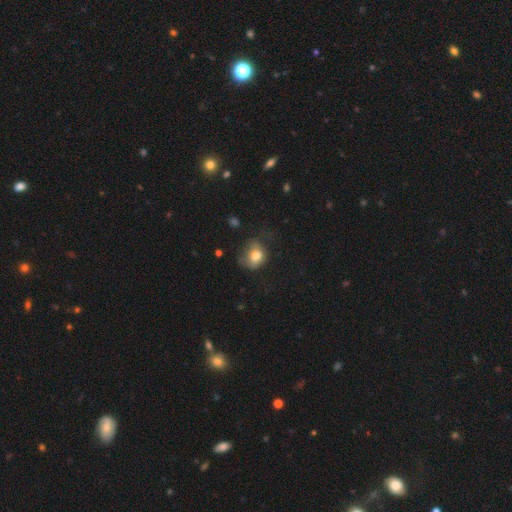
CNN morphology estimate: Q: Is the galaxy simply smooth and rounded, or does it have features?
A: smooth — 76%.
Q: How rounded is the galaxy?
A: round — 50%.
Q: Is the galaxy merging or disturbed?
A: none — 36%.